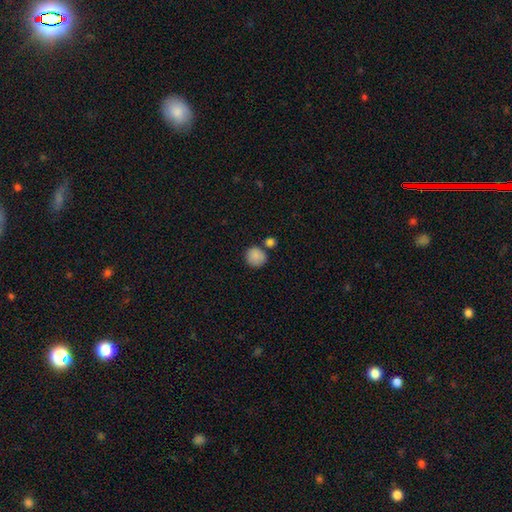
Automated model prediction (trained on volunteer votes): Overall: smooth (87%). How rounded: round (88%). Merging: none (71%).